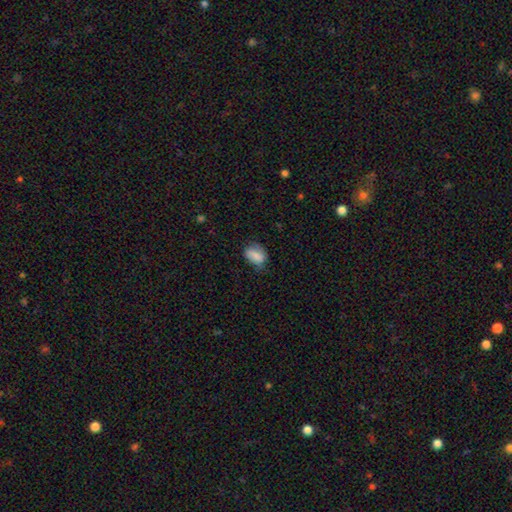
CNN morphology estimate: Smooth or featured? smooth (76%)
How rounded? in between (78%)
Merging? none (59%)